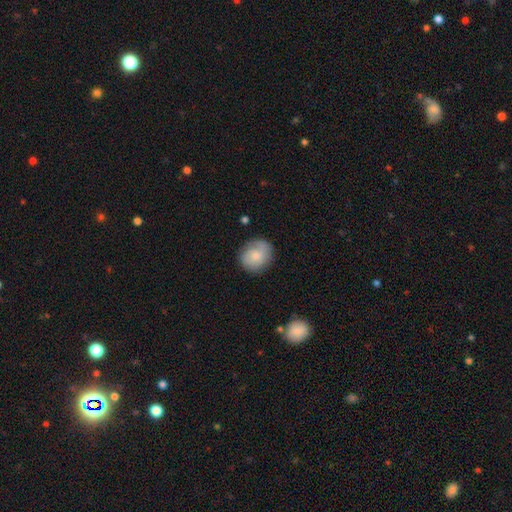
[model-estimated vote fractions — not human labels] A smooth galaxy with no disk features (69%) that is round (79%). Merging: none (75%).